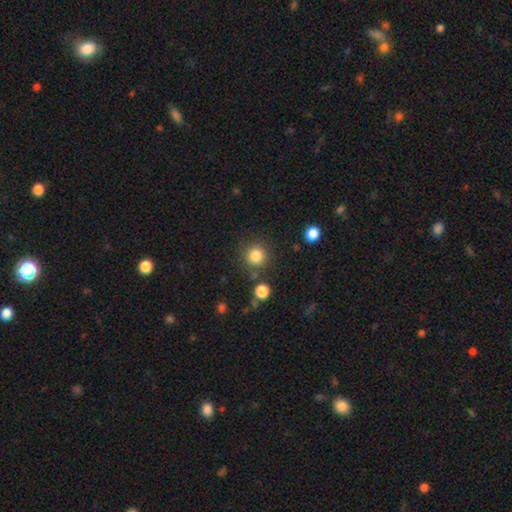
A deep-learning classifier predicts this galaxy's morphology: smooth-or-featured: smooth: 84% | star or artifact: 11% | featured or disk: 5%
  how-rounded: round: 94% | in between: 5% | cigar-shaped: 1%
  merging: none: 84% | minor disturbance: 8% | merger: 5% | major disturbance: 3%